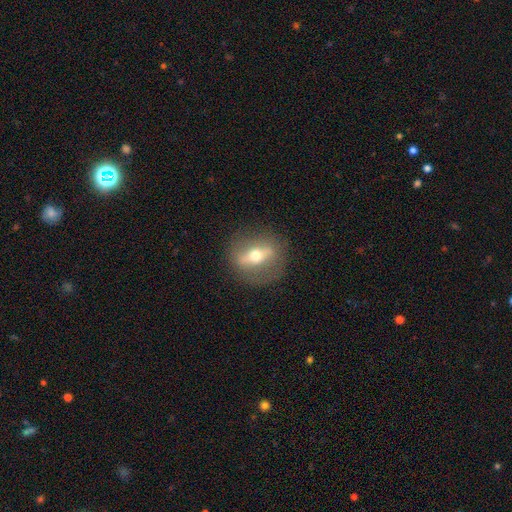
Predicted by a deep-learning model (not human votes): smooth_or_featured: featured or disk (p=0.66) [alt: smooth p=0.26]
disk_edge_on: yes (p=0.51) [alt: no p=0.49]
merging: none (p=0.85) [alt: minor disturbance p=0.10]